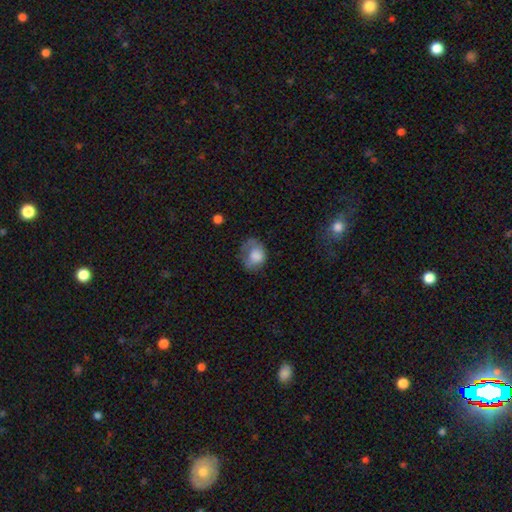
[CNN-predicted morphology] Smooth or featured? smooth (72%)
How rounded? in between (51%)
Merging? none (36%)